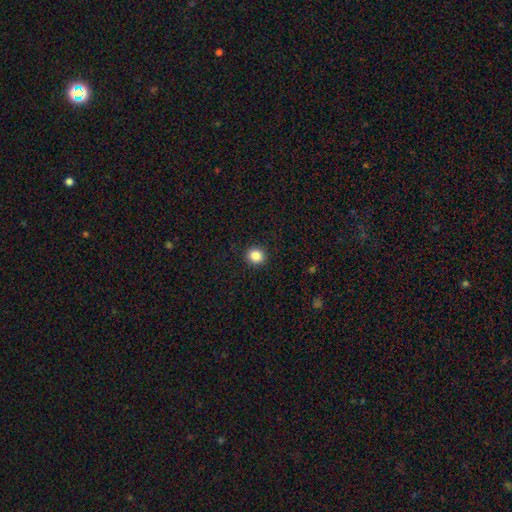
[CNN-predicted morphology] Smooth or featured? smooth (86%)
How rounded? round (86%)
Merging? none (92%)